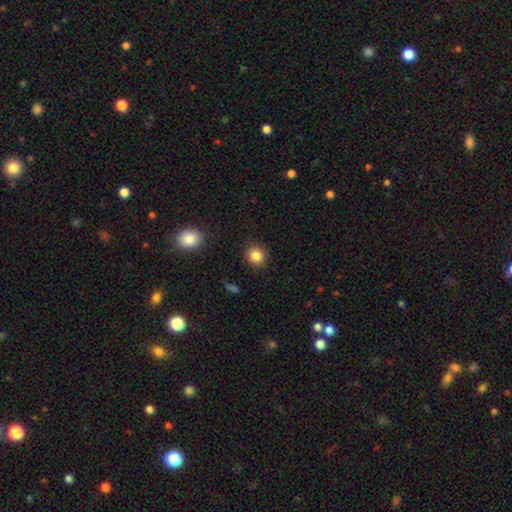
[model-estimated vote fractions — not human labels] Overall: smooth (85%). How rounded: round (83%). Merging: none (90%).